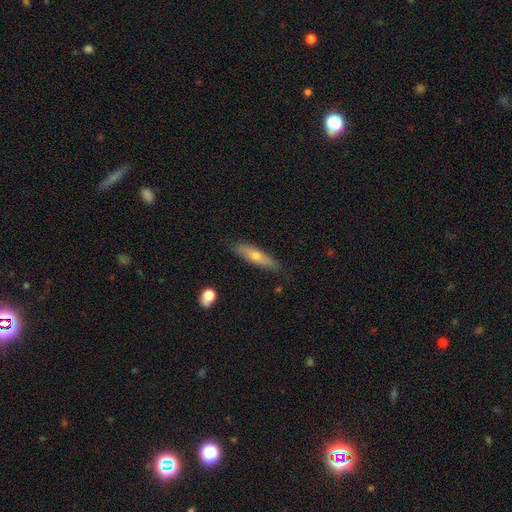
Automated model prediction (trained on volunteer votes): Morphology: type=smooth (51%); roundness=cigar-shaped (78%); merging=none (81%).